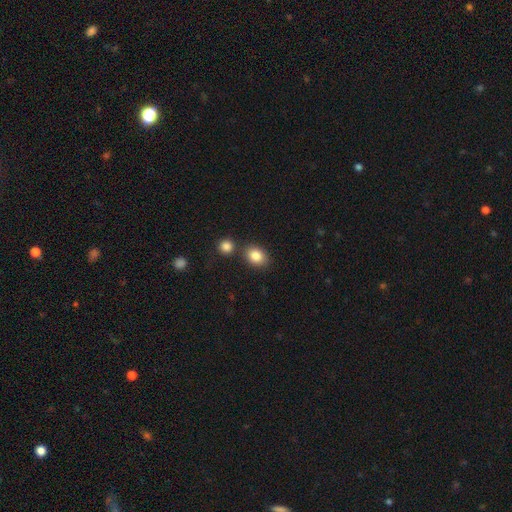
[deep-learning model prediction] smooth_or_featured: smooth (p=0.84) [alt: star or artifact p=0.09]
how_rounded: in between (p=0.63) [alt: round p=0.36]
merging: none (p=0.73) [alt: merger p=0.13]